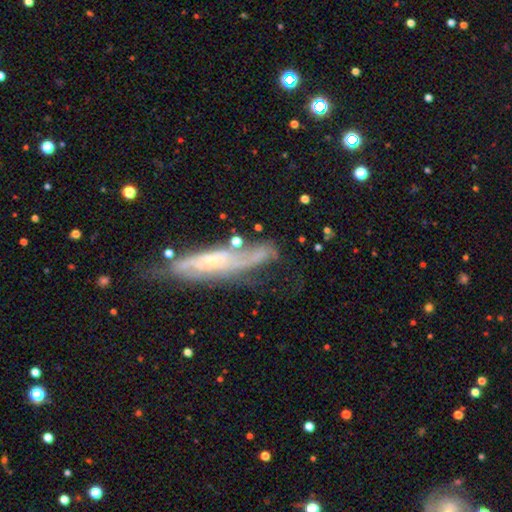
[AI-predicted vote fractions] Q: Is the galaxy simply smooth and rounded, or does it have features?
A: featured or disk — 70%.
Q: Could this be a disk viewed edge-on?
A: no — 63%.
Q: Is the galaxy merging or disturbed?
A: none — 50%.